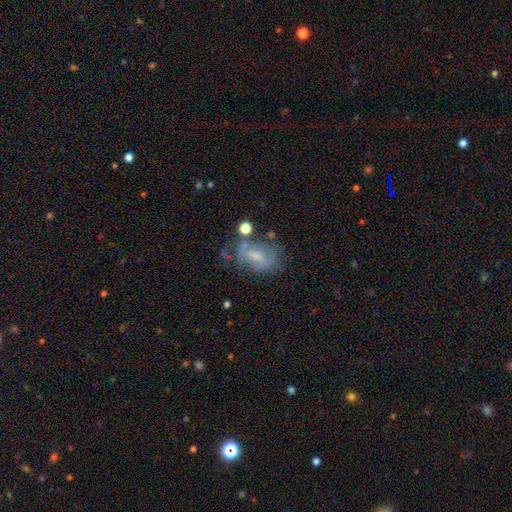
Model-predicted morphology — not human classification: This appears to be a featured or disk galaxy (52%). Merging: none (41%).